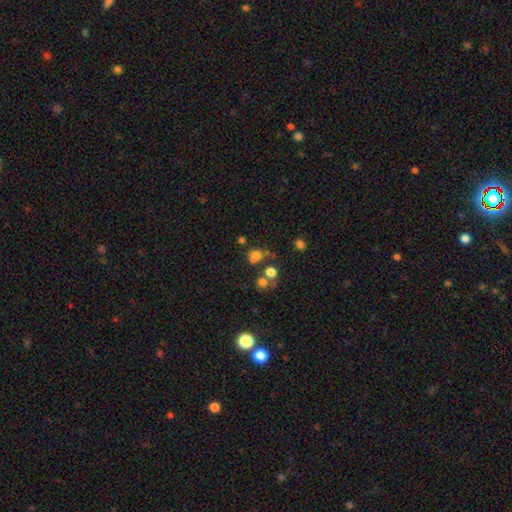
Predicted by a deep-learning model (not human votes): Q: Smooth or featured?
A: smooth (67%); runner-up: star or artifact (20%)
Q: How rounded?
A: round (75%); runner-up: in between (24%)
Q: Merging?
A: none (44%); runner-up: merger (33%)